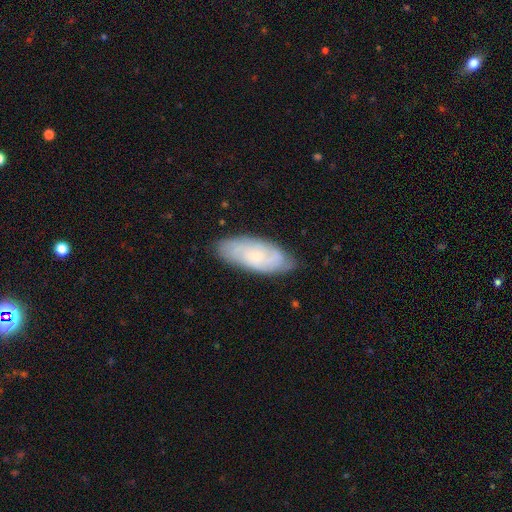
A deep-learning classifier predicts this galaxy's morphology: Q: Smooth or featured?
A: featured or disk (57%); runner-up: smooth (37%)
Q: Edge-on disk?
A: no (90%); runner-up: yes (10%)
Q: Bar?
A: no (77%); runner-up: weak (20%)
Q: Spiral arms?
A: yes (85%); runner-up: no (15%)
Q: Bulge size?
A: small (71%); runner-up: moderate (23%)
Q: Merging?
A: none (79%); runner-up: minor disturbance (17%)